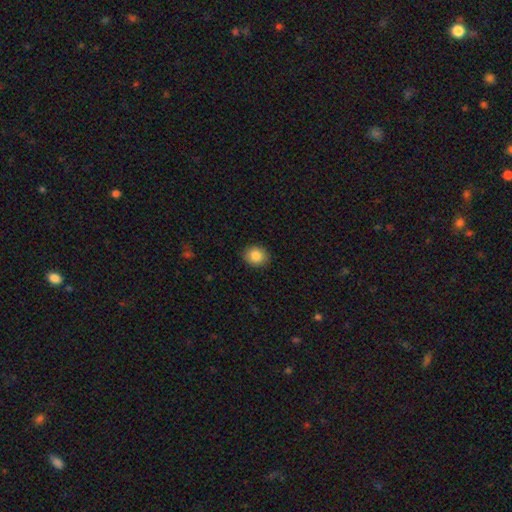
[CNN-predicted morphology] Smooth or featured? Predicted: smooth (p=0.85). How rounded? Predicted: round (p=0.68). Merging? Predicted: none (p=0.90).